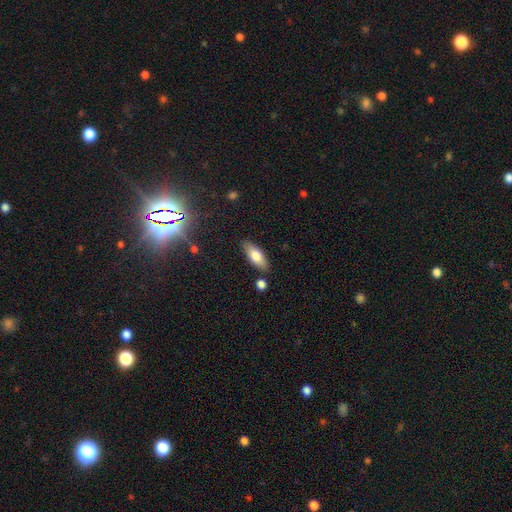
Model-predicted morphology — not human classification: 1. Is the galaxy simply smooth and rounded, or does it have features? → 74% smooth, 19% featured or disk, 7% star or artifact.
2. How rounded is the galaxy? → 75% in between, 22% cigar-shaped, 2% round.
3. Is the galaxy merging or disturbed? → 83% none, 11% minor disturbance, 4% merger, 2% major disturbance.